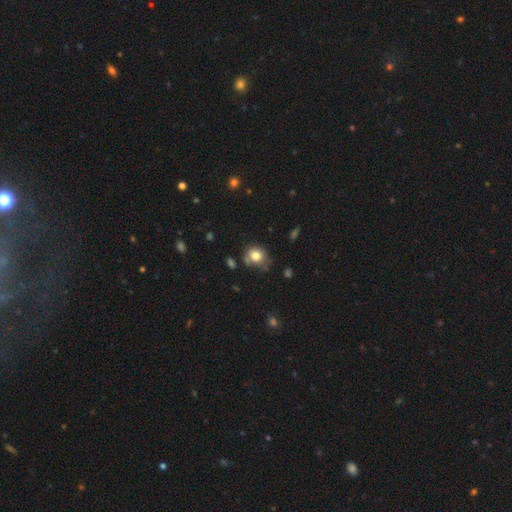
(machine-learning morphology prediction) A smooth galaxy with no disk features (79%) that is round (75%). Merging: none (60%).